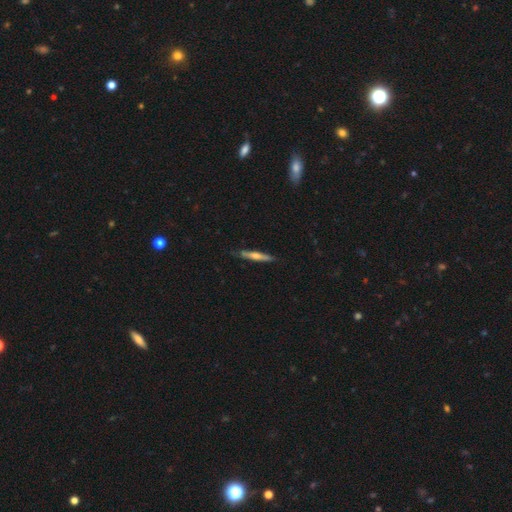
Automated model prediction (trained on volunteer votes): Q: Smooth or featured?
A: smooth (48%); runner-up: featured or disk (46%)
Q: Merging?
A: none (82%); runner-up: minor disturbance (14%)